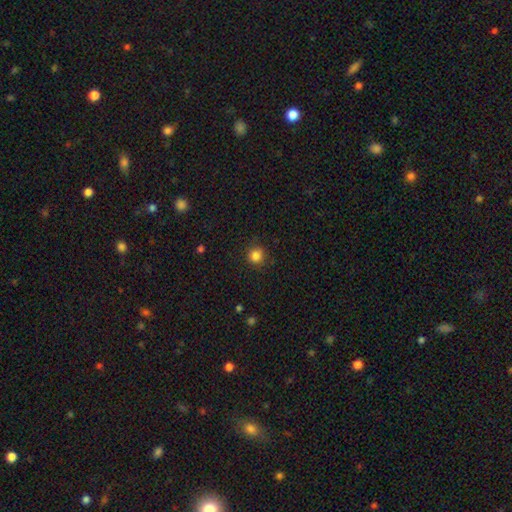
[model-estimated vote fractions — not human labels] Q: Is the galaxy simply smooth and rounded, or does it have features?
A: smooth — 84%.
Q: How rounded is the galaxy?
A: round — 93%.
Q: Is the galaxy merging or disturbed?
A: none — 89%.